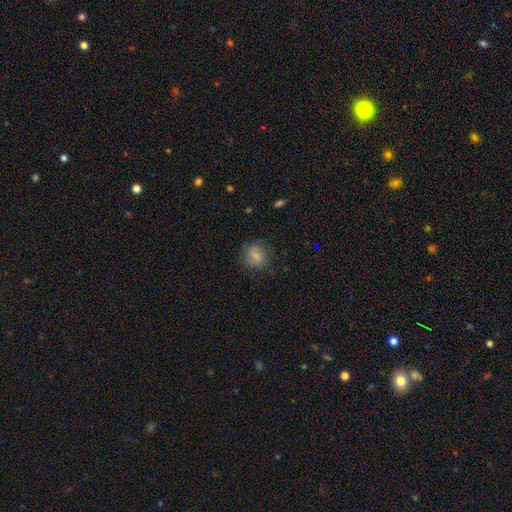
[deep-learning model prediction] This appears to be a smooth galaxy with no disk features (79%) that is round (81%). Merging: none (78%).